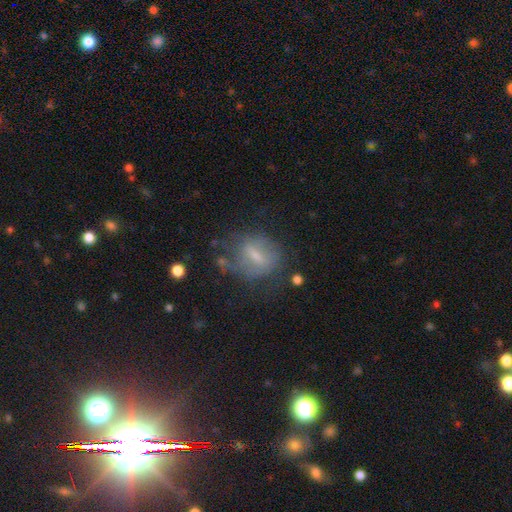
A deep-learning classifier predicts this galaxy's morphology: smooth-or-featured: smooth: 45% | featured or disk: 44% | star or artifact: 11%
  merging: none: 52% | minor disturbance: 24% | major disturbance: 18% | merger: 5%